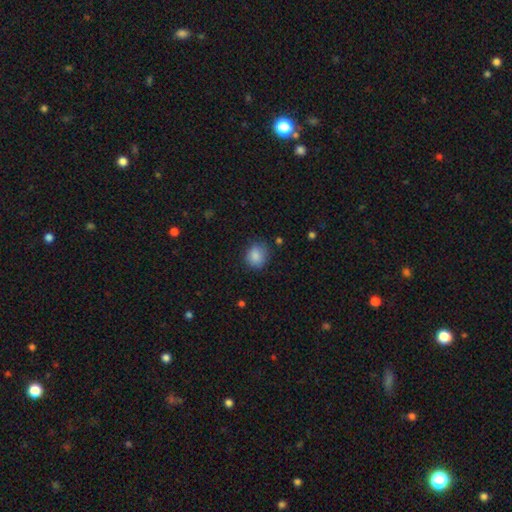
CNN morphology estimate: A smooth galaxy with no disk features (87%) that is round (73%).

Vote fractions:
- Smooth or featured? smooth: 87% / star or artifact: 9% / featured or disk: 4%
- How rounded? round: 73% / in between: 26% / cigar-shaped: 1%
- Merging? none: 77% / minor disturbance: 17% / major disturbance: 4% / merger: 2%